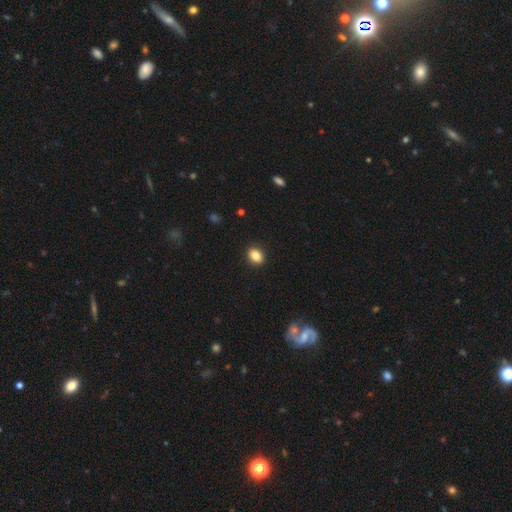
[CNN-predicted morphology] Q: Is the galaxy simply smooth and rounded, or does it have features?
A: smooth — 85%.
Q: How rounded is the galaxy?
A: in between — 59%.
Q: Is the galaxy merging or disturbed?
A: none — 90%.